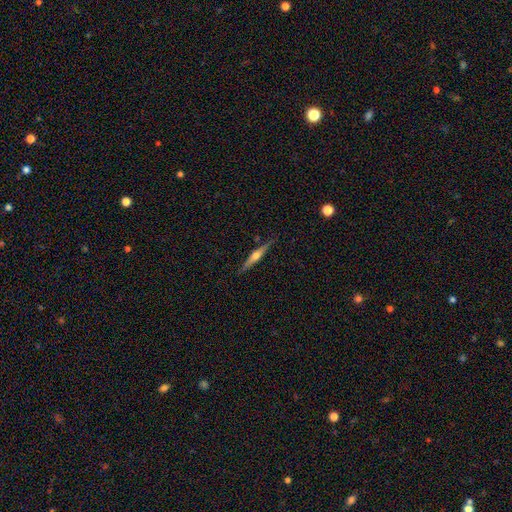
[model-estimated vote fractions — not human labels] Q: Smooth or featured?
A: featured or disk (71%); runner-up: smooth (22%)
Q: Edge-on disk?
A: yes (98%); runner-up: no (2%)
Q: Edge-on bulge?
A: rounded (88%); runner-up: boxy (7%)
Q: Merging?
A: none (88%); runner-up: minor disturbance (9%)